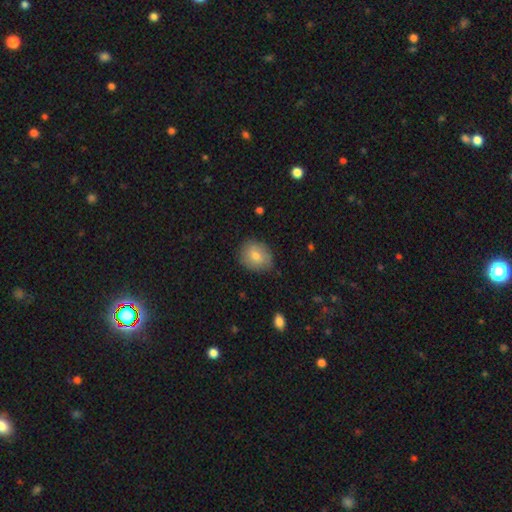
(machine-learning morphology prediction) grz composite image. It shows a smooth galaxy with no disk features (74%) that is round (64%). Merging: none (78%).